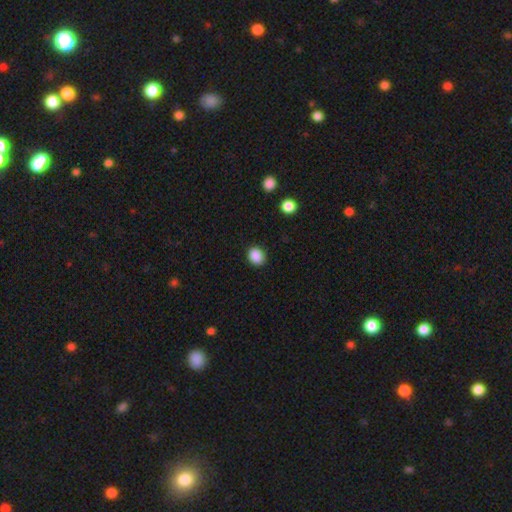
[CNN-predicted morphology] Q: Smooth or featured?
A: smooth (88%); runner-up: star or artifact (9%)
Q: How rounded?
A: round (59%); runner-up: in between (40%)
Q: Merging?
A: none (88%); runner-up: minor disturbance (8%)